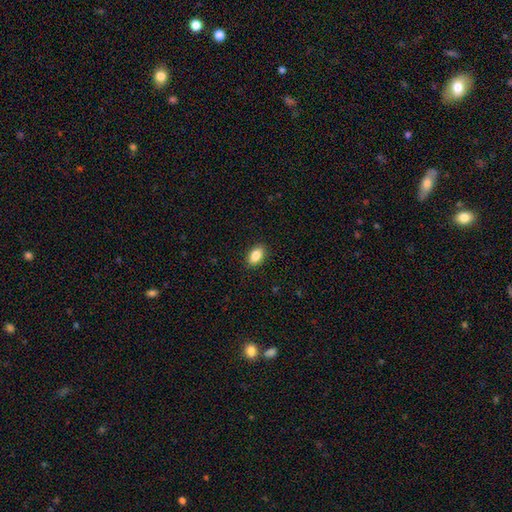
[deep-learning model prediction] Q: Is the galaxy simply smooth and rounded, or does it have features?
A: smooth — 86%.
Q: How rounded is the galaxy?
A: in between — 90%.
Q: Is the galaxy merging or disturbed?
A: none — 89%.